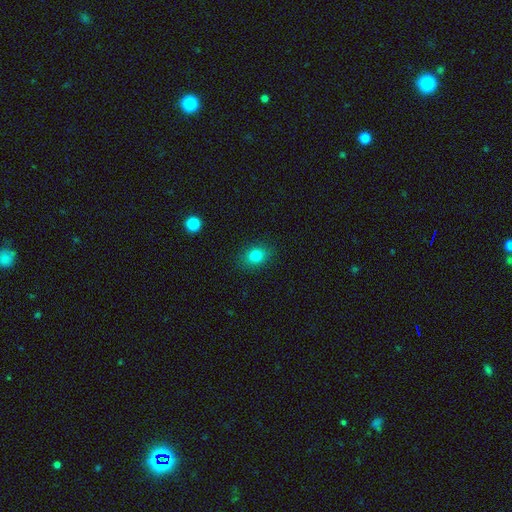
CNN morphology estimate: Smooth or featured? smooth (81%)
How rounded? in between (60%)
Merging? none (87%)